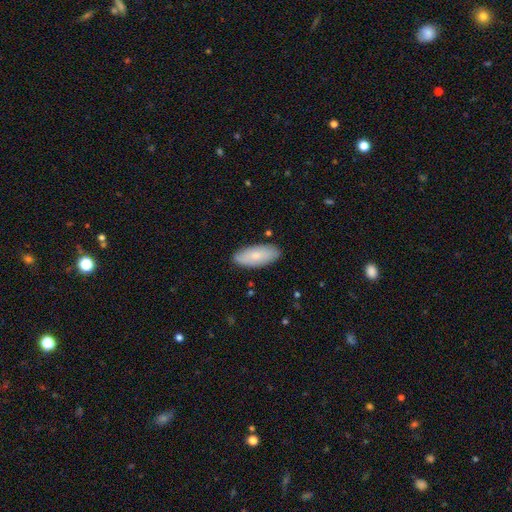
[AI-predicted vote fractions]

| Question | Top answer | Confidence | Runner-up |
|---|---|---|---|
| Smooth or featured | smooth | 77% | featured or disk (17%) |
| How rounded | in between | 86% | cigar-shaped (12%) |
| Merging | none | 87% | minor disturbance (10%) |